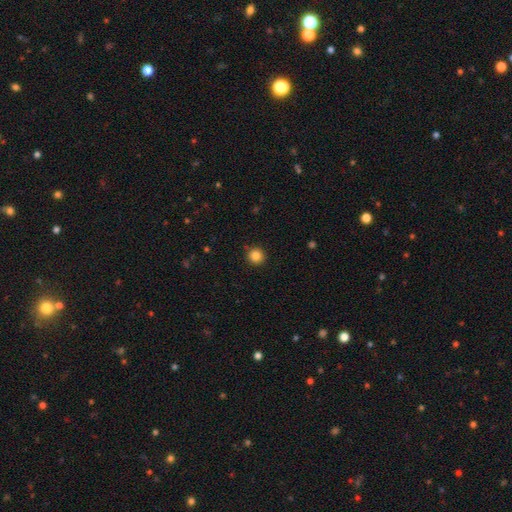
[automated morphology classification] This is clearly a smooth galaxy (85%). How rounded: clearly round (95%). Merging: clearly none (91%).